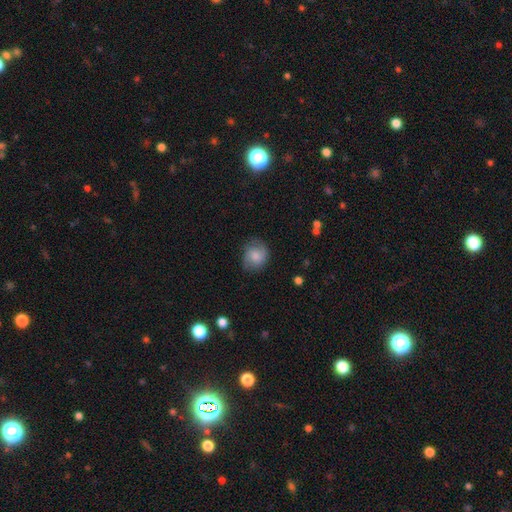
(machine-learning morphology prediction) This appears to be a smooth galaxy with no disk features (67%) that is round (68%). Merging: none (73%).